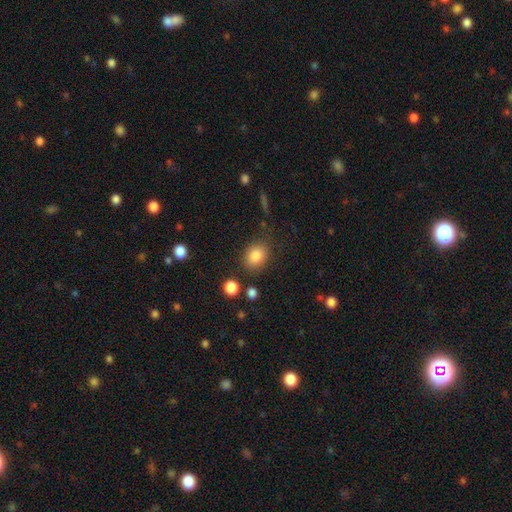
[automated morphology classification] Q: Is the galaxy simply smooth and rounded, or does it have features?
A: smooth — 85%.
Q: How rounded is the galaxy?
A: in between — 54%.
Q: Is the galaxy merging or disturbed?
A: none — 79%.